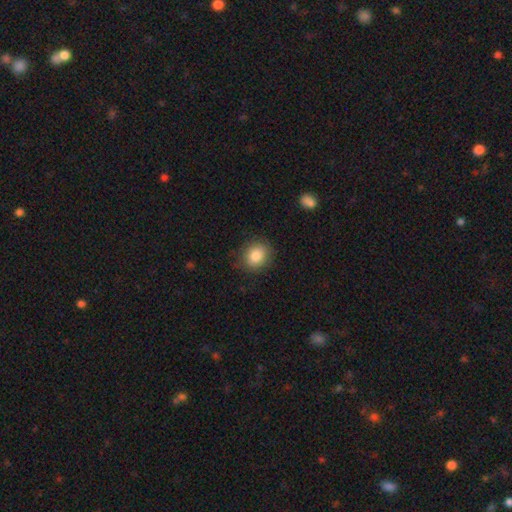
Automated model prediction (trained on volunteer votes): Smooth or featured?
  - smooth: 85% *
  - star or artifact: 9%
  - featured or disk: 6%
How rounded?
  - round: 67% *
  - in between: 32%
  - cigar-shaped: 1%
Merging?
  - none: 85% *
  - minor disturbance: 11%
  - major disturbance: 3%
  - merger: 1%